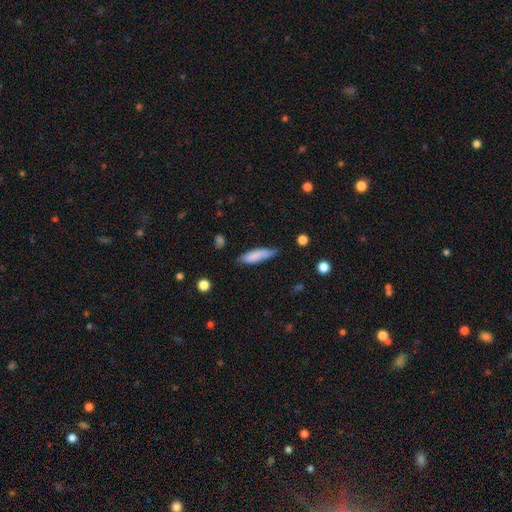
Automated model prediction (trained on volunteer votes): smooth_or_featured: smooth (p=0.81) [alt: featured or disk p=0.12]
how_rounded: cigar-shaped (p=0.54) [alt: in between p=0.45]
merging: none (p=0.64) [alt: minor disturbance p=0.29]